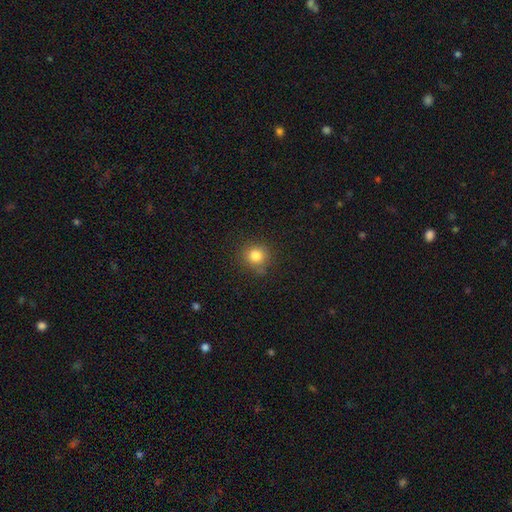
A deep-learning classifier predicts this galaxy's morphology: This is clearly a smooth galaxy (82%). How rounded: clearly round (89%). Merging: clearly none (81%).